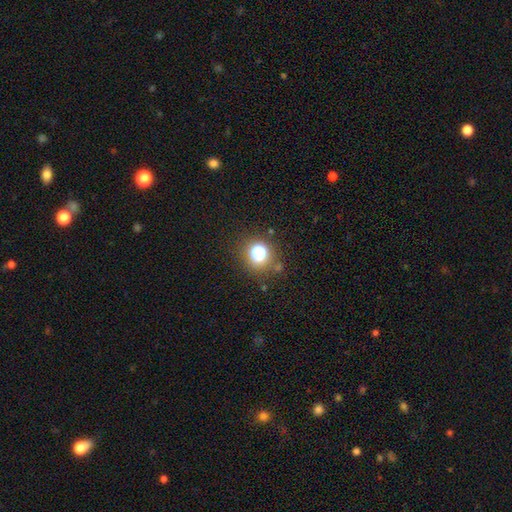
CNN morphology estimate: type=smooth (58%); roundness=round (86%); merging=none (77%).